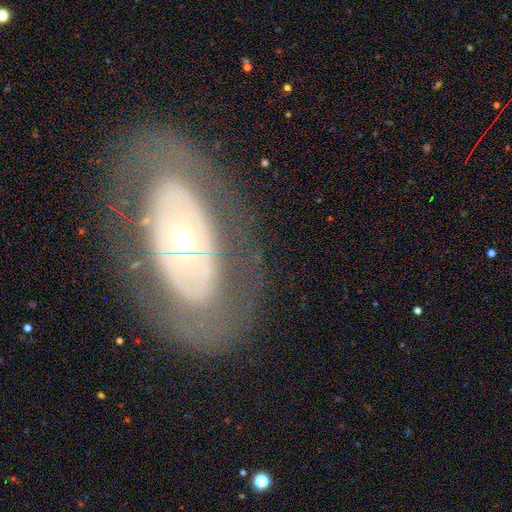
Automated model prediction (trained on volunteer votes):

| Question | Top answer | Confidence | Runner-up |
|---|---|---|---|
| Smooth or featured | featured or disk | 69% | smooth (24%) |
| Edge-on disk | no | 91% | yes (9%) |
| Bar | no | 85% | weak (9%) |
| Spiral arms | no | 74% | yes (26%) |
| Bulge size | moderate | 48% | small (43%) |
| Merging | none | 79% | minor disturbance (11%) |